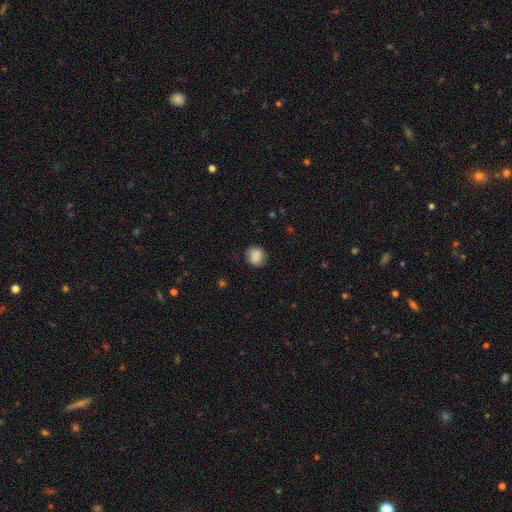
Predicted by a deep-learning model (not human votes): Smooth or featured?
  - smooth: 88% *
  - star or artifact: 8%
  - featured or disk: 4%
How rounded?
  - round: 81% *
  - in between: 19%
  - cigar-shaped: 1%
Merging?
  - none: 83% *
  - minor disturbance: 12%
  - major disturbance: 3%
  - merger: 1%